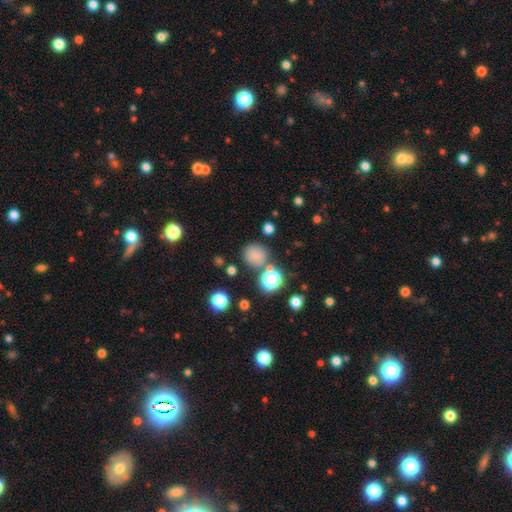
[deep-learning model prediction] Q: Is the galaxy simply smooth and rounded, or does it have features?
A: smooth — 73%.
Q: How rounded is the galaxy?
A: round — 84%.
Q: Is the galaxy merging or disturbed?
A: none — 72%.